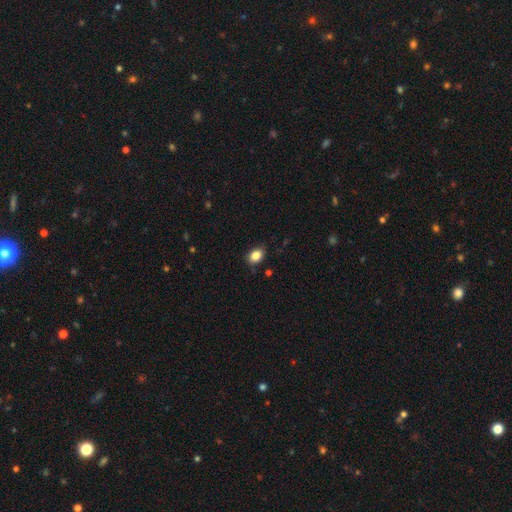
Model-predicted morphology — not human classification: Smooth or featured? Predicted: smooth (p=0.86). How rounded? Predicted: in between (p=0.71). Merging? Predicted: none (p=0.85).